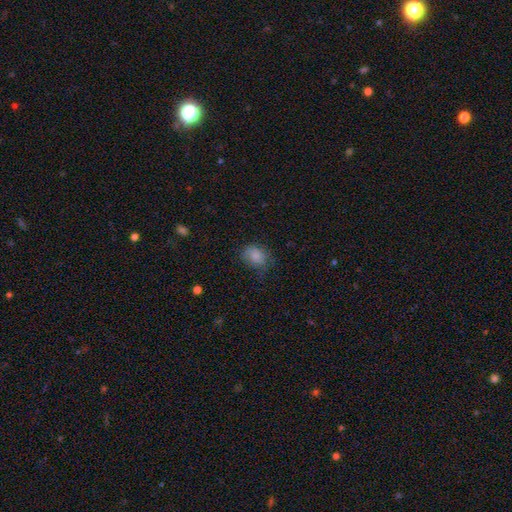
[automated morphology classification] This is clearly a smooth galaxy (84%). How rounded: possibly in between (57%). Merging: likely none (62%).